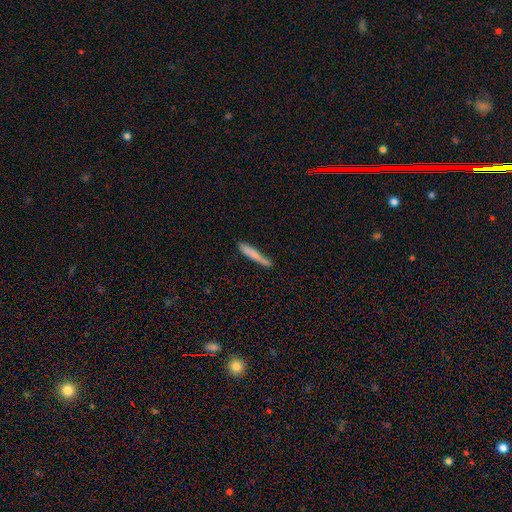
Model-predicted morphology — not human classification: type=smooth (67%); roundness=cigar-shaped (95%); merging=none (79%).